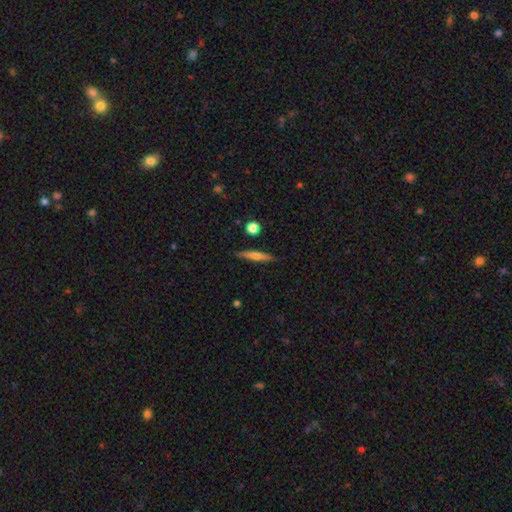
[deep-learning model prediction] Smooth or featured? Predicted: smooth (p=0.55). How rounded? Predicted: cigar-shaped (p=0.90). Merging? Predicted: none (p=0.87).